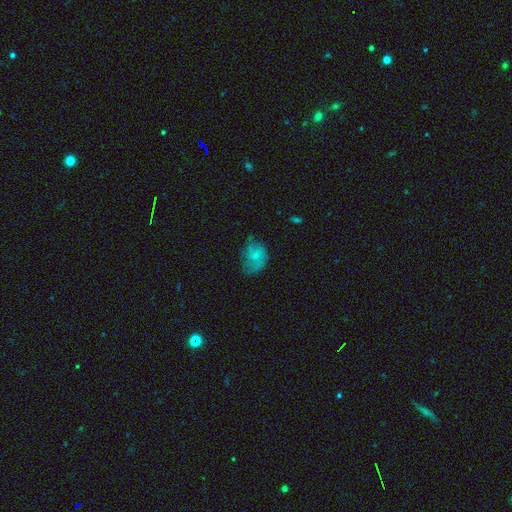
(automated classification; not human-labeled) Overall: featured or disk (46%; smooth 45%). Merging: none (48%; minor disturbance 30%).